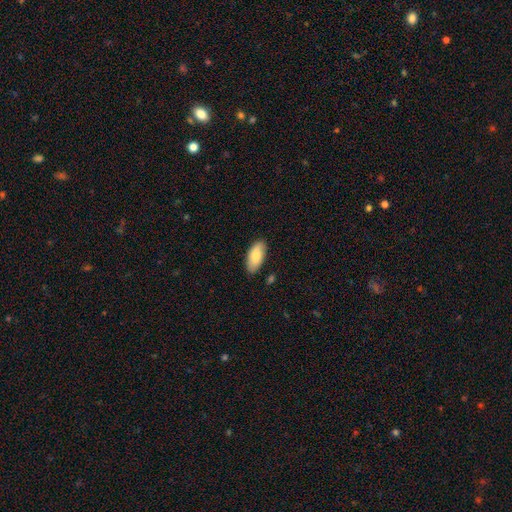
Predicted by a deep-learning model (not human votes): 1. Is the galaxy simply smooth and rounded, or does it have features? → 80% smooth, 14% featured or disk, 6% star or artifact.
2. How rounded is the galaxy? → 91% in between, 7% cigar-shaped, 2% round.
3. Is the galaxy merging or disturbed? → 84% none, 12% minor disturbance, 2% major disturbance, 2% merger.